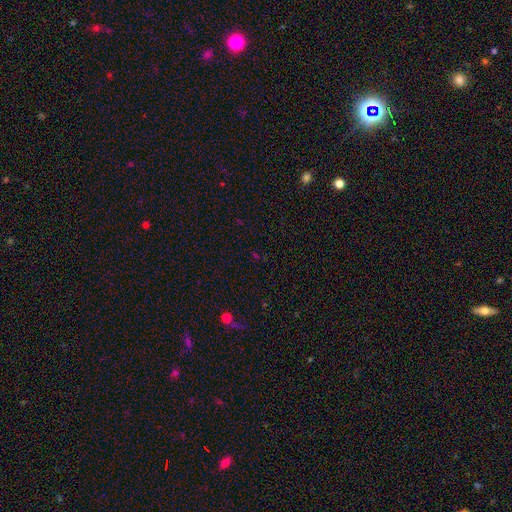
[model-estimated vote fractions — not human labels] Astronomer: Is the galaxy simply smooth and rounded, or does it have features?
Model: star or artifact — 65%.